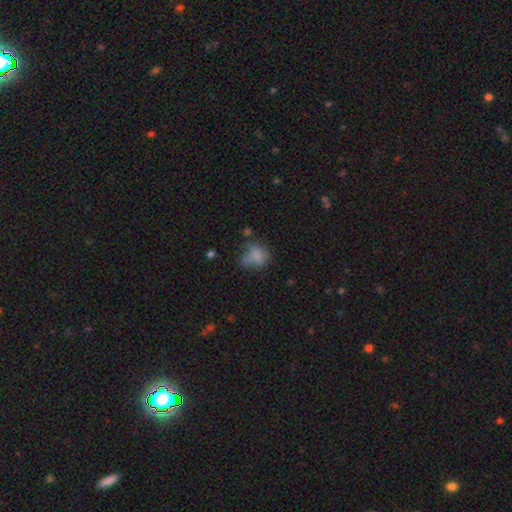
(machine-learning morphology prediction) Smooth or featured? smooth (70%)
How rounded? in between (51%)
Merging? none (35%)